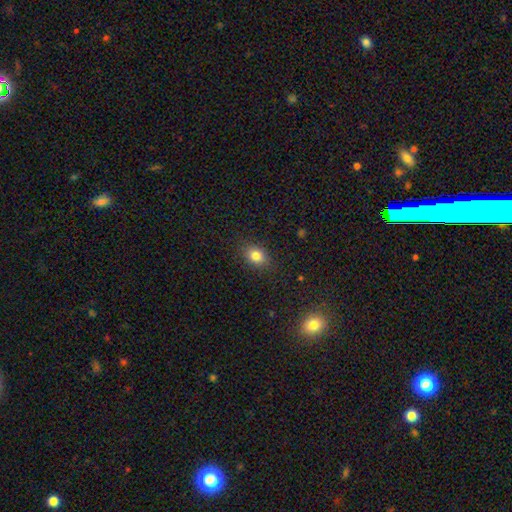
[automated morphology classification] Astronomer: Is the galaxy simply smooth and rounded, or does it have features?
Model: smooth — 82%.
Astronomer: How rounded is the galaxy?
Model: in between — 59% (runner-up: round, 40%).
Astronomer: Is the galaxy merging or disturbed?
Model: none — 87%.